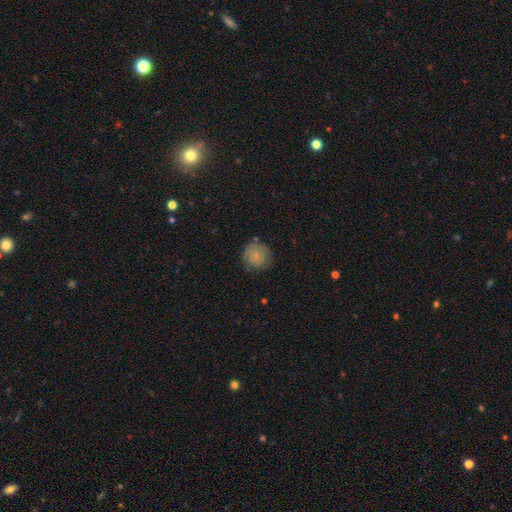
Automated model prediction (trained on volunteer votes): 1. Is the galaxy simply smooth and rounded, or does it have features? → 60% smooth, 31% featured or disk, 9% star or artifact.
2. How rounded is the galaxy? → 88% round, 11% in between, 1% cigar-shaped.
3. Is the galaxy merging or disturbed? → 70% none, 20% minor disturbance, 7% major disturbance, 2% merger.